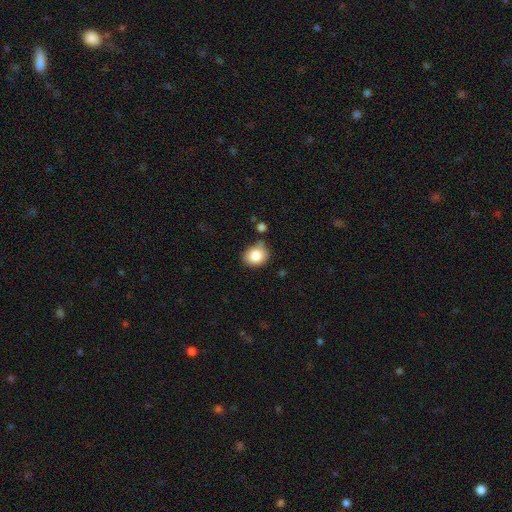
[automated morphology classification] Q: Smooth or featured?
A: smooth (85%); runner-up: star or artifact (9%)
Q: How rounded?
A: round (61%); runner-up: in between (38%)
Q: Merging?
A: none (64%); runner-up: minor disturbance (21%)